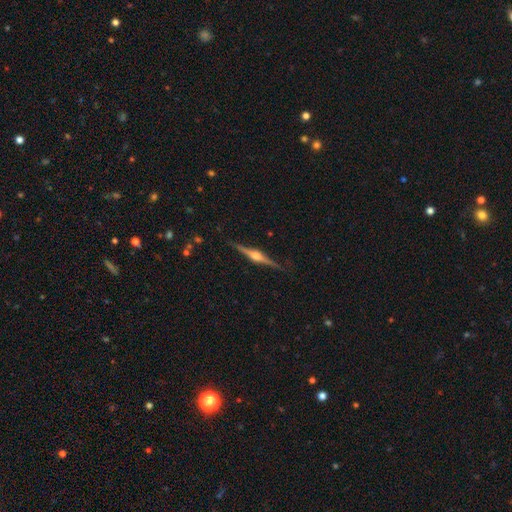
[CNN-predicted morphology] type=featured or disk (85%); edge-on=yes (98%); edge-on bulge=rounded (90%); merging=none (88%).